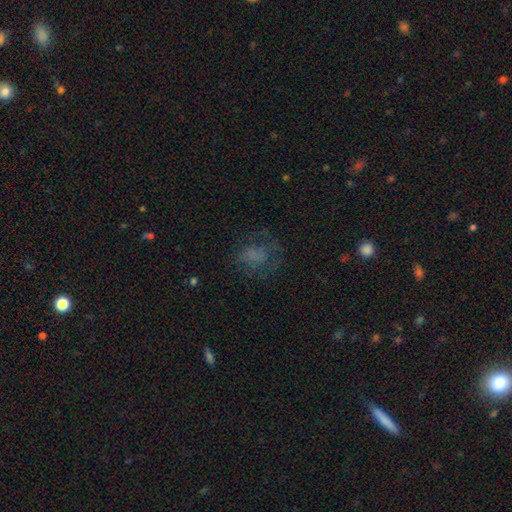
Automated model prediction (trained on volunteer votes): Smooth or featured? smooth (51%)
How rounded? round (54%)
Merging? none (55%)